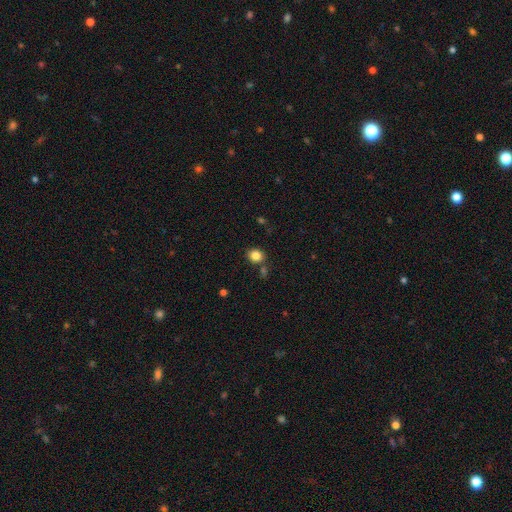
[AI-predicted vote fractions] This is clearly a smooth galaxy (84%). How rounded: likely round (71%). Merging: likely none (78%).